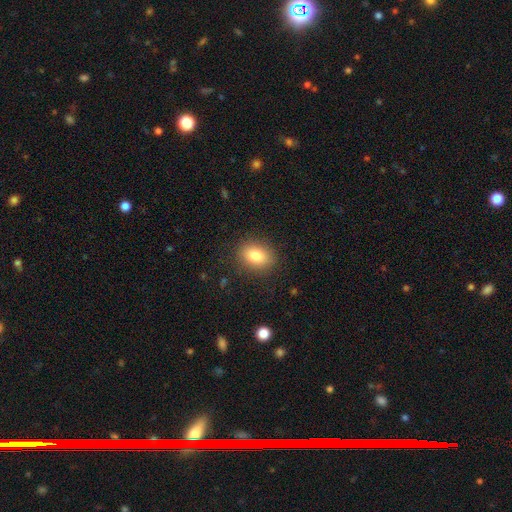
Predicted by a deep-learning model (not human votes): A smooth galaxy with no disk features (83%) that is in between round and cigar-shaped (69%).

Vote fractions:
- Smooth or featured? smooth: 83% / star or artifact: 9% / featured or disk: 8%
- How rounded? in between: 69% / round: 30% / cigar-shaped: 1%
- Merging? none: 86% / minor disturbance: 9% / major disturbance: 3% / merger: 1%